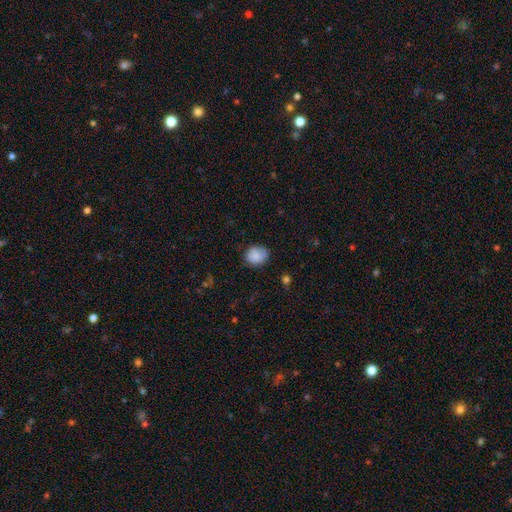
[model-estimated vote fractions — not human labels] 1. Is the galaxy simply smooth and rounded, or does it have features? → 87% smooth, 8% star or artifact, 5% featured or disk.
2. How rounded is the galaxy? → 64% round, 35% in between, 1% cigar-shaped.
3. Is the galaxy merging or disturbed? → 74% none, 21% minor disturbance, 4% major disturbance, 1% merger.